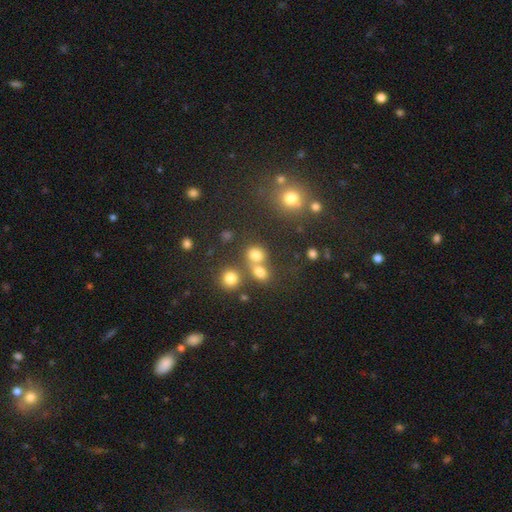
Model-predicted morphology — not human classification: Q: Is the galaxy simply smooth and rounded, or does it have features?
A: smooth — 72%.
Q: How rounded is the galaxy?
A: round — 62%.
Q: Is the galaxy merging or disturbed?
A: none — 47%.